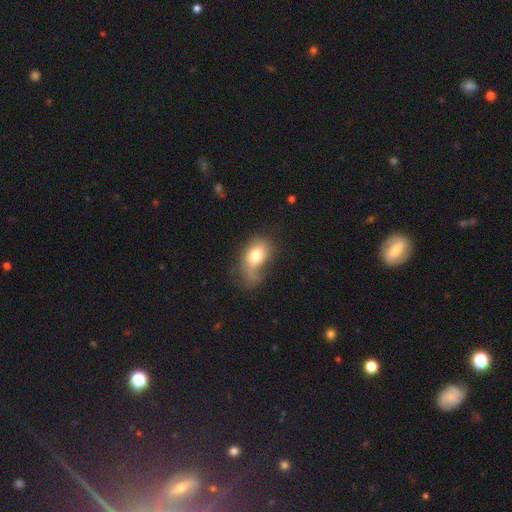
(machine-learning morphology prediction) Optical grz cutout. It shows a smooth galaxy with no disk features (73%) that is in between round and cigar-shaped (82%). Merging: major disturbance (35%).